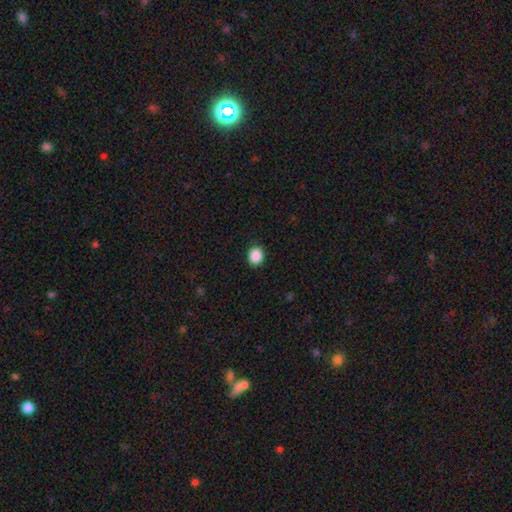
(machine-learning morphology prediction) Overall: smooth (88%). How rounded: round (70%; in between 30%). Merging: none (90%).